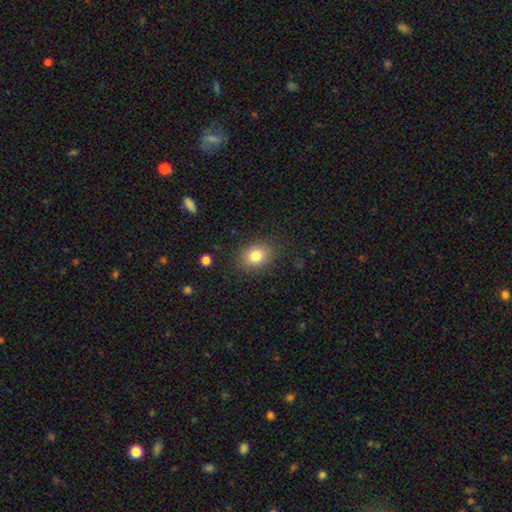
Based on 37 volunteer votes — Volunteers were most divided on "how rounded": in between: 63%, round: 37%, cigar-shaped: 0%. More confident: smooth or featured — smooth (81%); merging — none (76%).